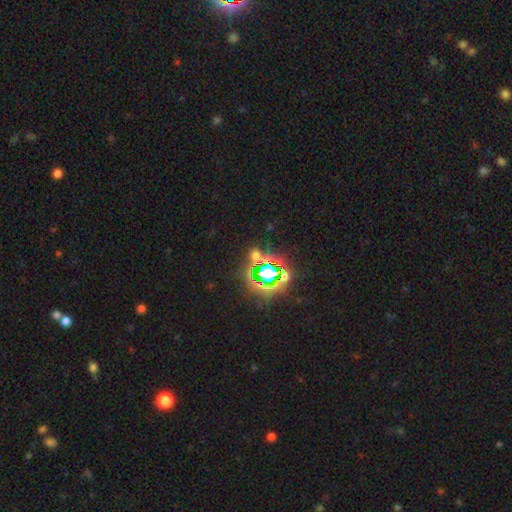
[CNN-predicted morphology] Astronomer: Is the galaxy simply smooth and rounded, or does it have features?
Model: star or artifact — 74%.